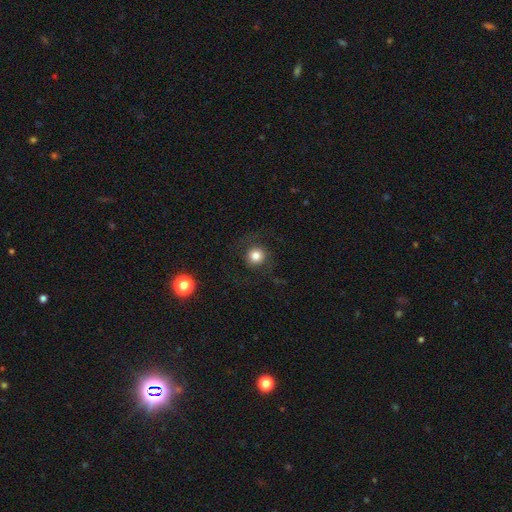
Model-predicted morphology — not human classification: smooth 78%, star or artifact 11%, featured or disk 11%. Down the decision tree: how rounded — round (94%); merging — none (83%).